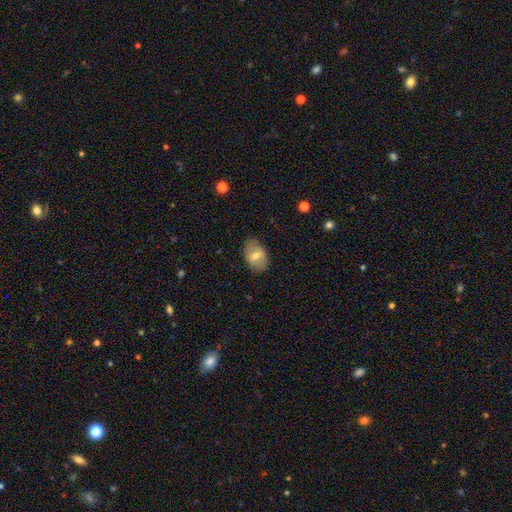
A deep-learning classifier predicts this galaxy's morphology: Q: Smooth or featured?
A: smooth (53%); runner-up: featured or disk (40%)
Q: How rounded?
A: in between (86%); runner-up: round (13%)
Q: Merging?
A: none (81%); runner-up: minor disturbance (14%)